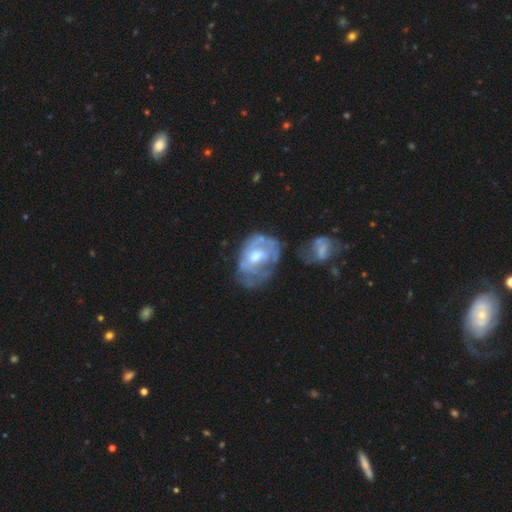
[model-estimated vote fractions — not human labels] A featured or disk galaxy (66%) with no bar (72%), no spiral arms (58%) and a moderate central bulge (63%). Merging: none (38%).